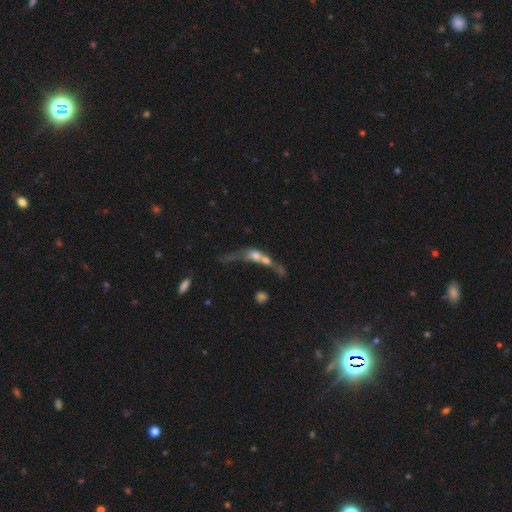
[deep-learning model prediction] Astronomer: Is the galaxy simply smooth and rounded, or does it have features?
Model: smooth — 44% (runner-up: featured or disk, 43%).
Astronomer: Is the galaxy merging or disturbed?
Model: merger — 65%.